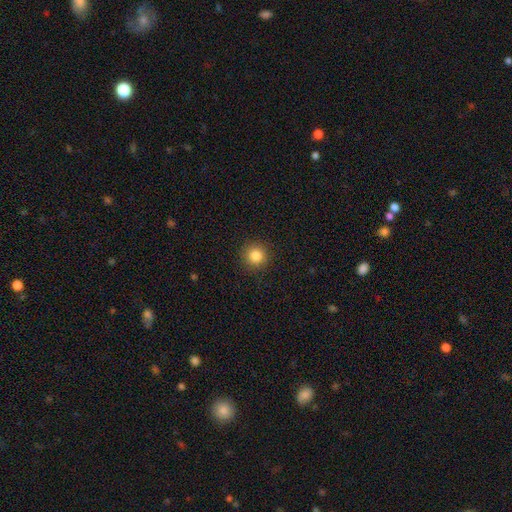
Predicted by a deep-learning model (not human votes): Smooth or featured? Predicted: smooth (p=0.85). How rounded? Predicted: round (p=0.94). Merging? Predicted: none (p=0.91).